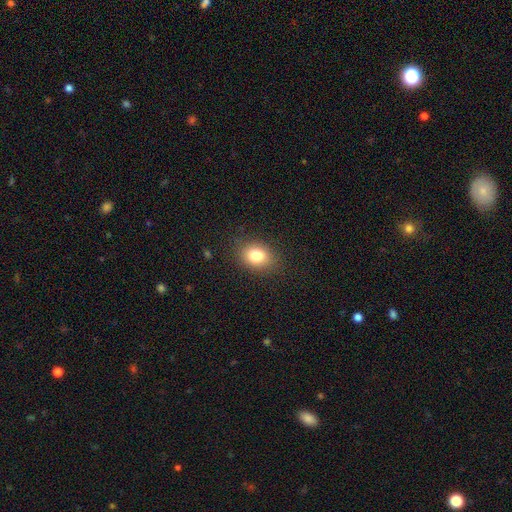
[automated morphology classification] This appears to be a smooth galaxy with no disk features (81%) that is in between round and cigar-shaped (62%). Merging: none (85%).